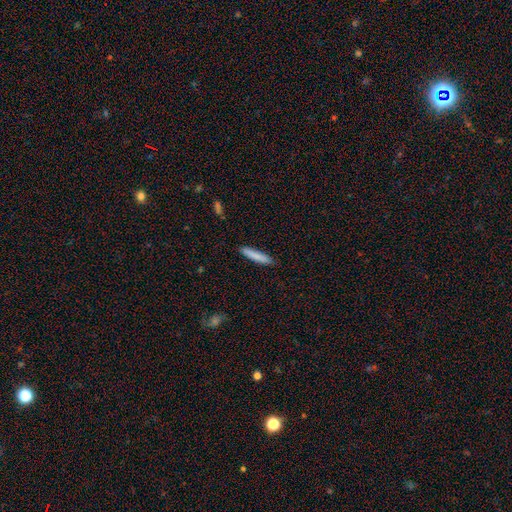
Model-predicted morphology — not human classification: type=smooth (82%); roundness=cigar-shaped (91%); merging=none (88%).